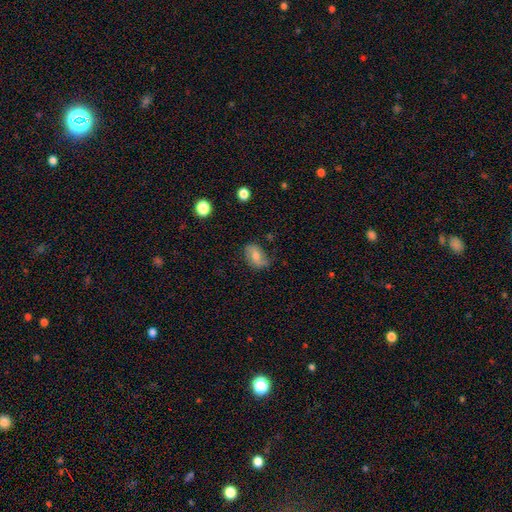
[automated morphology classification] Smooth or featured?
  - smooth: 46% *
  - featured or disk: 44%
  - star or artifact: 10%
Merging?
  - none: 71% *
  - minor disturbance: 21%
  - major disturbance: 6%
  - merger: 2%